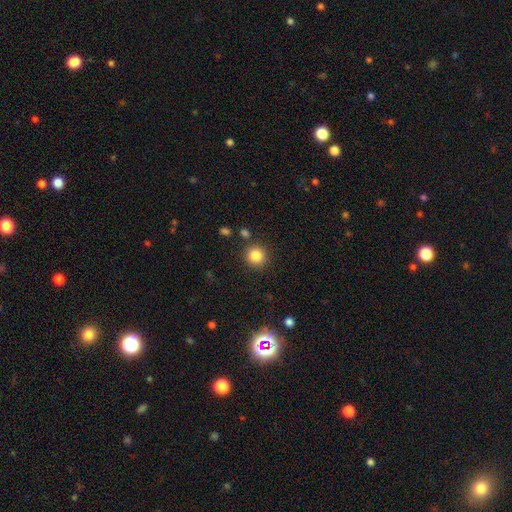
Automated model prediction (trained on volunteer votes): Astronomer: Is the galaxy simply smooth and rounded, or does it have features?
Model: smooth — 84%.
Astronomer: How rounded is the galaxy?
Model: round — 93%.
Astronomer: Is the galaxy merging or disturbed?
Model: none — 87%.